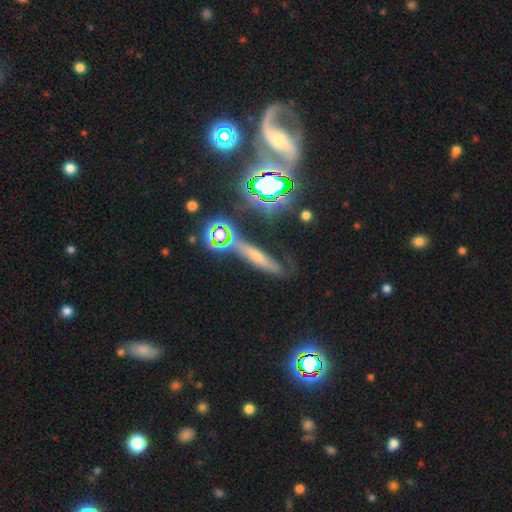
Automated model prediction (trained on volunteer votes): Smooth or featured? featured or disk (37%)
Merging? none (68%)